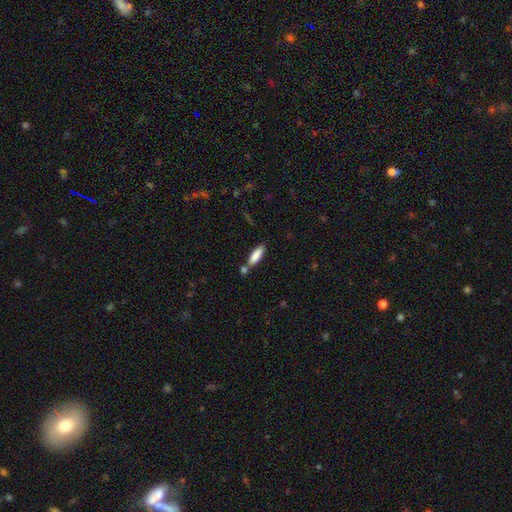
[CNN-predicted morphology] The model was most divided on "how rounded": in between: 50%, cigar-shaped: 48%, round: 2%. More confident: smooth or featured — smooth (84%); merging — none (66%).